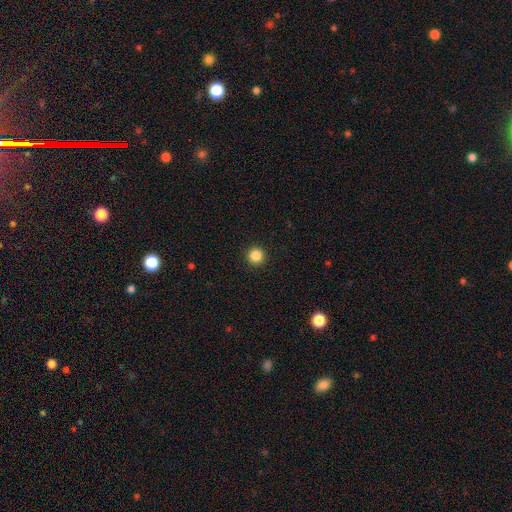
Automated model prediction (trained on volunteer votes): A smooth galaxy with no disk features (86%) that is round (96%). Merging: none (94%).